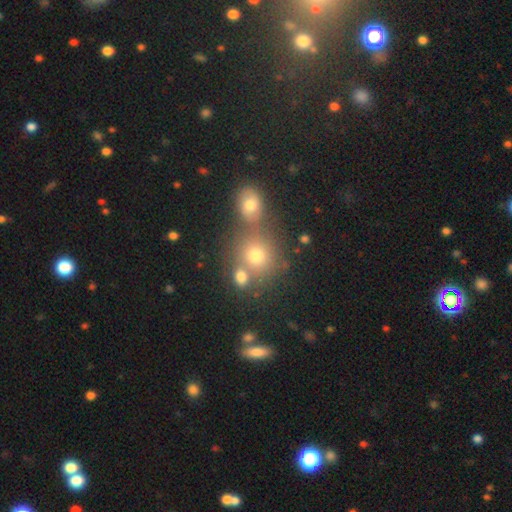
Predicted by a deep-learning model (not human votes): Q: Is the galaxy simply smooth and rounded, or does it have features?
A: smooth — 71%.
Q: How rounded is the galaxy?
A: round — 80%.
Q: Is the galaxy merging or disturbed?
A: none — 52%.